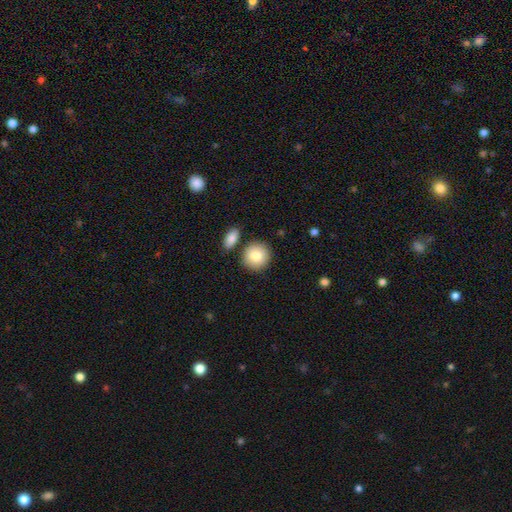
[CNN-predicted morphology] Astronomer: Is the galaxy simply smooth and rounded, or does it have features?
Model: smooth — 85%.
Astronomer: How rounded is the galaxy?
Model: round — 88%.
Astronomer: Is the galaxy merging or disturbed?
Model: none — 79%.